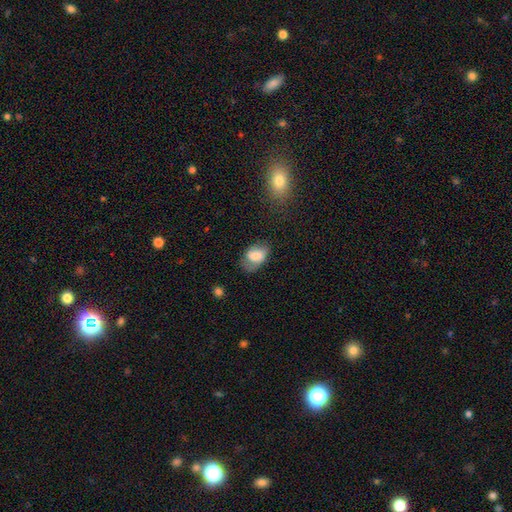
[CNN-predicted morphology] The model was most divided on "merging": none: 55%, minor disturbance: 29%, major disturbance: 14%, merger: 2%. More confident: how rounded — in between (85%); smooth or featured — smooth (61%).